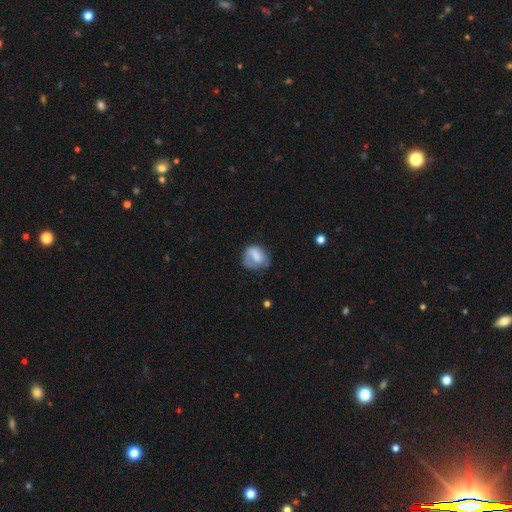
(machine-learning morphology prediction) A smooth galaxy with no disk features (60%) that is round (56%).

Vote fractions:
- Smooth or featured? smooth: 60% / featured or disk: 33% / star or artifact: 8%
- How rounded? round: 56% / in between: 42% / cigar-shaped: 2%
- Merging? none: 50% / minor disturbance: 28% / major disturbance: 19% / merger: 3%